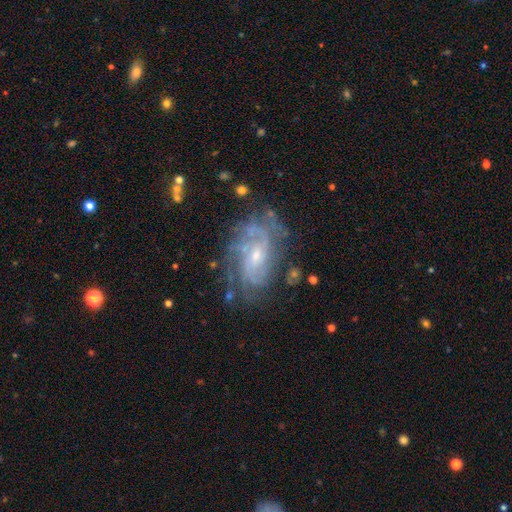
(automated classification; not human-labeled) Smooth or featured? featured or disk (83%)
Edge-on disk? no (96%)
Bar? no (59%)
Spiral arms? yes (93%)
Spiral winding? tight (58%)
Spiral arm count? can't tell (38%)
Bulge size? small (65%)
Merging? none (70%)